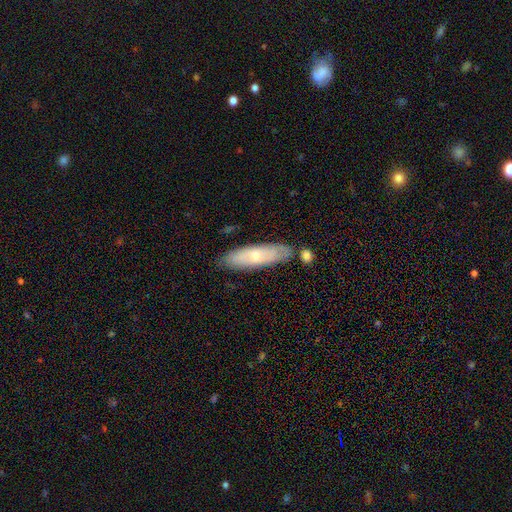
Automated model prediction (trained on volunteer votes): Smooth or featured: smooth — 55% (featured or disk — 39%)
How rounded: cigar-shaped — 58% (in between — 40%)
Merging: none — 76% (minor disturbance — 15%)